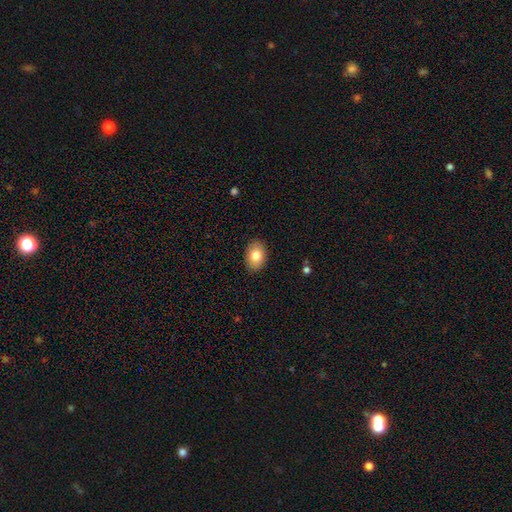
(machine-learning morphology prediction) Smooth or featured? Predicted: smooth (p=0.81). How rounded? Predicted: in between (p=0.81). Merging? Predicted: none (p=0.89).